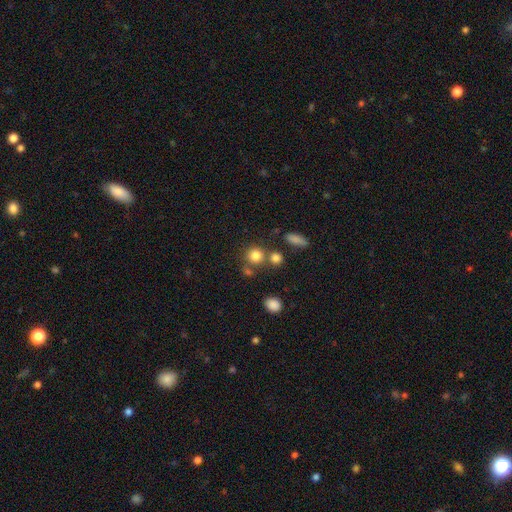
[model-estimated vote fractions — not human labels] A smooth galaxy with no disk features (80%) that is round (87%).

Vote fractions:
- Smooth or featured? smooth: 80% / star or artifact: 12% / featured or disk: 8%
- How rounded? round: 87% / in between: 11% / cigar-shaped: 1%
- Merging? none: 65% / merger: 21% / minor disturbance: 10% / major disturbance: 4%